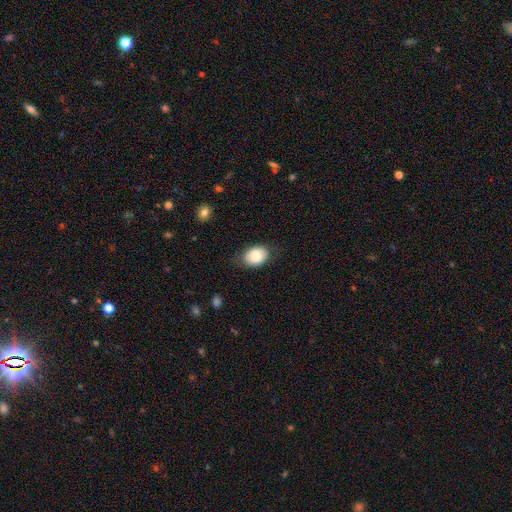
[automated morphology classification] This is likely a smooth galaxy (79%). How rounded: likely in between (76%). Merging: likely none (75%).